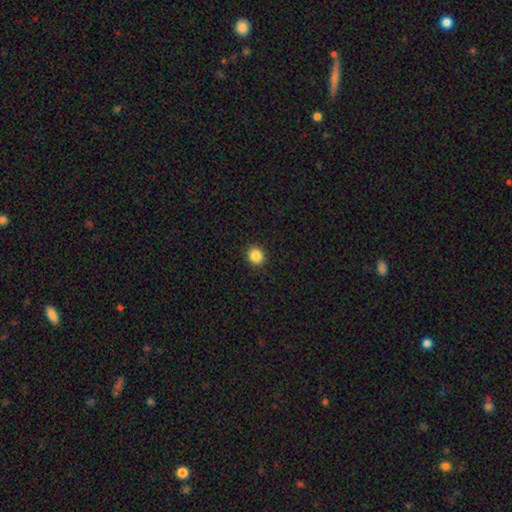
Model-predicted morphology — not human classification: Q: Smooth or featured?
A: smooth (86%); runner-up: star or artifact (10%)
Q: How rounded?
A: round (77%); runner-up: in between (22%)
Q: Merging?
A: none (92%); runner-up: minor disturbance (5%)